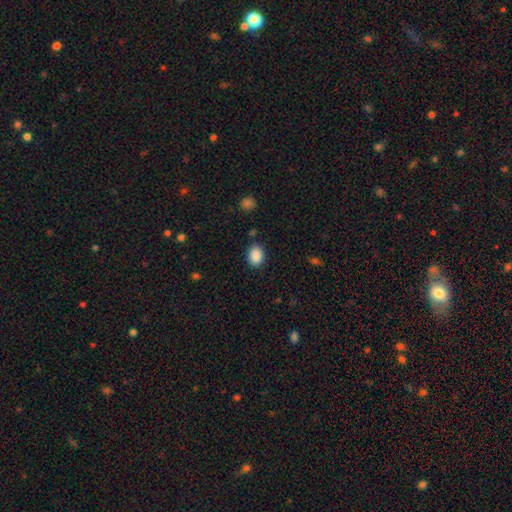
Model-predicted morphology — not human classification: A smooth galaxy with no disk features (89%) that is in between round and cigar-shaped (66%).

Vote fractions:
- Smooth or featured? smooth: 89% / star or artifact: 8% / featured or disk: 3%
- How rounded? in between: 66% / round: 33% / cigar-shaped: 1%
- Merging? none: 85% / minor disturbance: 10% / major disturbance: 3% / merger: 2%